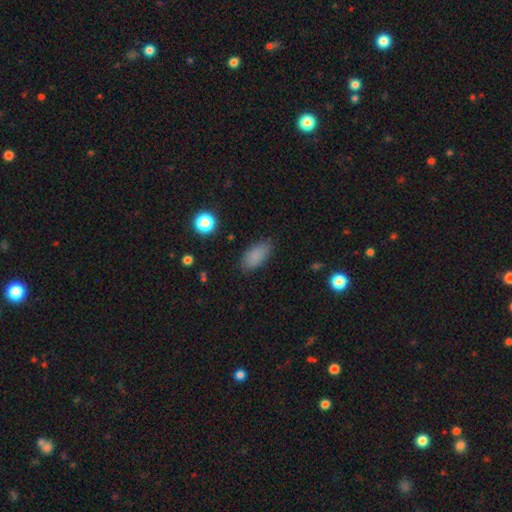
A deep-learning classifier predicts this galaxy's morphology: A smooth galaxy with no disk features (85%) that is in between round and cigar-shaped (90%).

Vote fractions:
- Smooth or featured? smooth: 85% / star or artifact: 9% / featured or disk: 6%
- How rounded? in between: 90% / cigar-shaped: 6% / round: 4%
- Merging? none: 82% / minor disturbance: 13% / major disturbance: 3% / merger: 1%